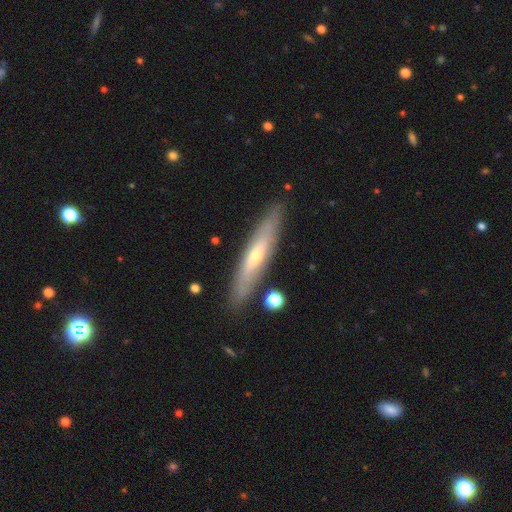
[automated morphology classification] Smooth or featured: featured or disk — 61% (smooth — 32%)
Edge-on disk: yes — 72% (no — 28%)
Merging: none — 85% (minor disturbance — 11%)